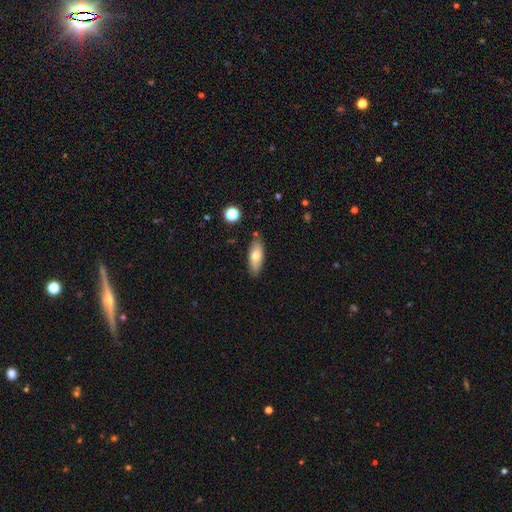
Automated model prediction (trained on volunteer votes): Smooth or featured? smooth (71%)
How rounded? in between (76%)
Merging? none (84%)